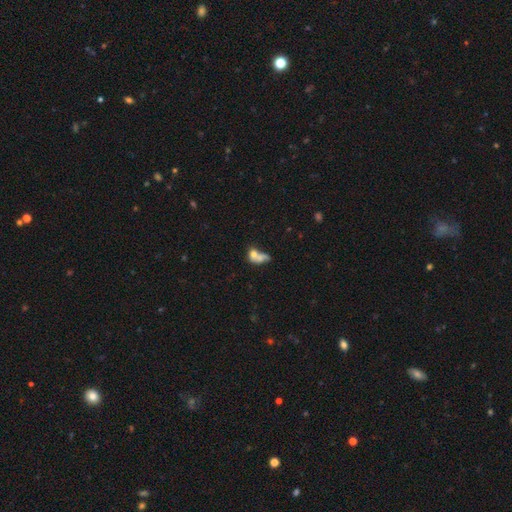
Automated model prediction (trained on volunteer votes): Smooth or featured? Predicted: smooth (p=0.64). How rounded? Predicted: in between (p=0.65). Merging? Predicted: merger (p=0.62).